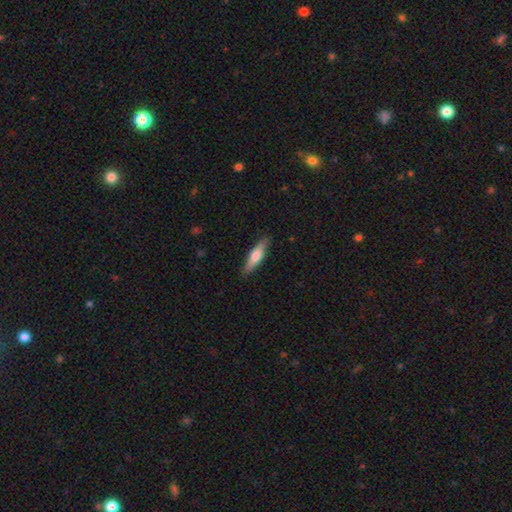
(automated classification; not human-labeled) Morphology: type=smooth (59%); roundness=cigar-shaped (73%); merging=none (87%).